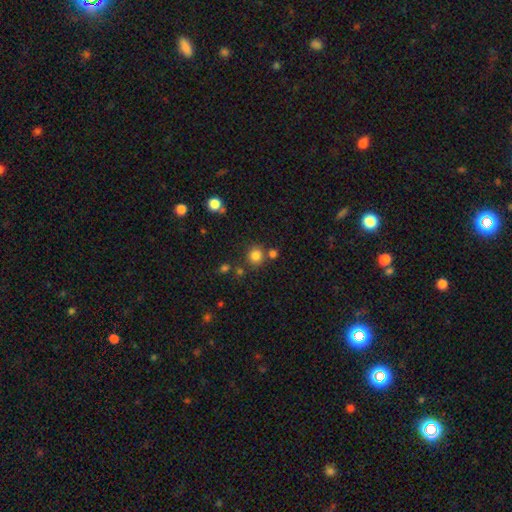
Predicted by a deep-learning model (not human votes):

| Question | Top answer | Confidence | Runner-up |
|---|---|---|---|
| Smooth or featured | smooth | 81% | star or artifact (13%) |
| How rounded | round | 89% | in between (10%) |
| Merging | none | 75% | merger (12%) |